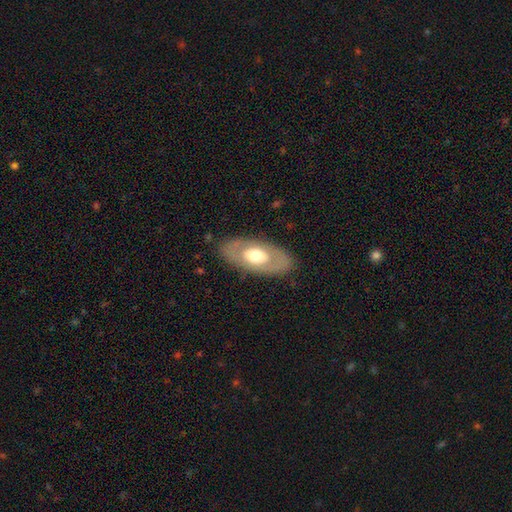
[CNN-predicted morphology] type=featured or disk (51%); edge-on=no (85%); merging=none (83%).